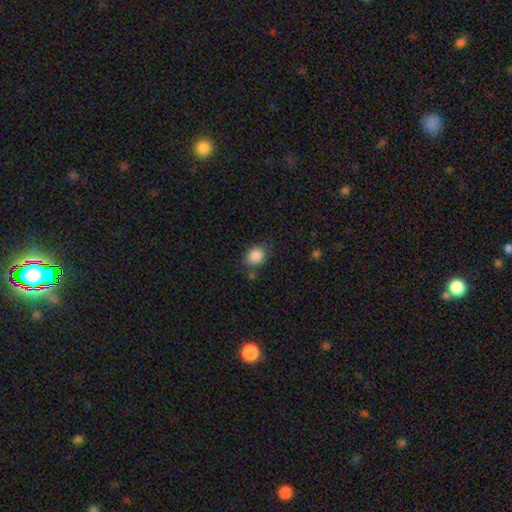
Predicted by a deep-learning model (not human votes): smooth_or_featured: smooth (p=0.87) [alt: star or artifact p=0.09]
how_rounded: in between (p=0.50) [alt: round p=0.49]
merging: none (p=0.75) [alt: minor disturbance p=0.17]